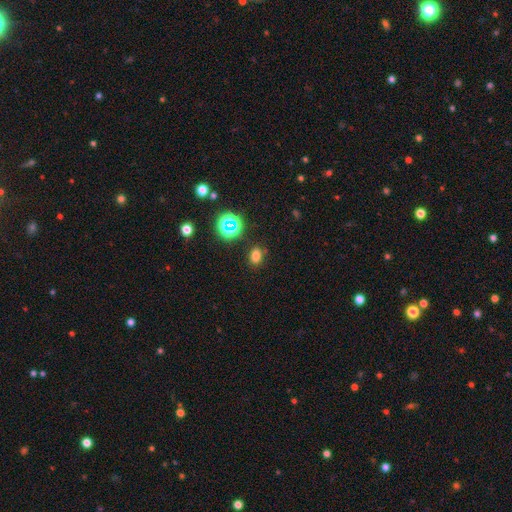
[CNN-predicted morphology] Smooth or featured? Predicted: smooth (p=0.71). How rounded? Predicted: in between (p=0.71). Merging? Predicted: none (p=0.83).